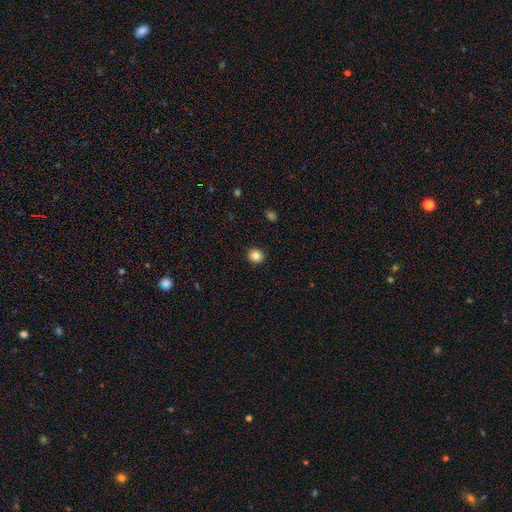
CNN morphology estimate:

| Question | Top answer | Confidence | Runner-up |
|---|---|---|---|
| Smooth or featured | smooth | 84% | star or artifact (10%) |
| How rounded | round | 84% | in between (15%) |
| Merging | none | 92% | minor disturbance (5%) |